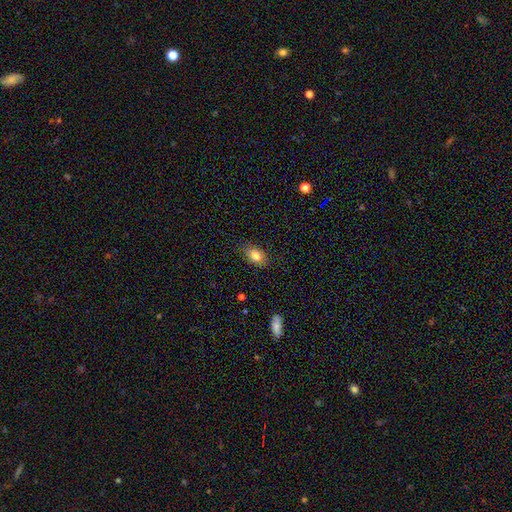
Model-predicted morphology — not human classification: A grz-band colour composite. It shows a smooth galaxy with no disk features (81%) that is in between round and cigar-shaped (82%). Merging: none (85%).